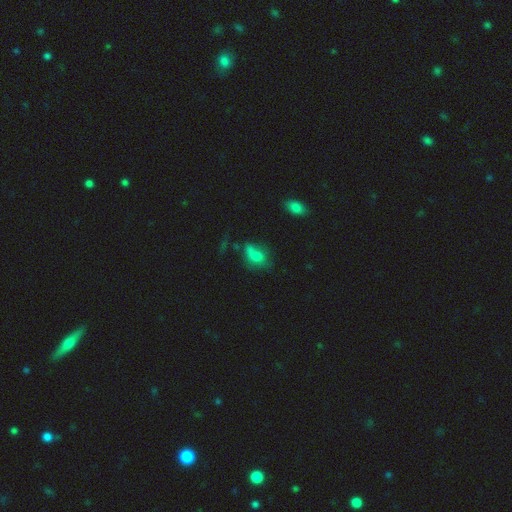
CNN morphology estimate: The model was most divided on "merging": none: 38%, minor disturbance: 23%, major disturbance: 19%, merger: 19%. More confident: how rounded — in between (71%); smooth or featured — smooth (65%).